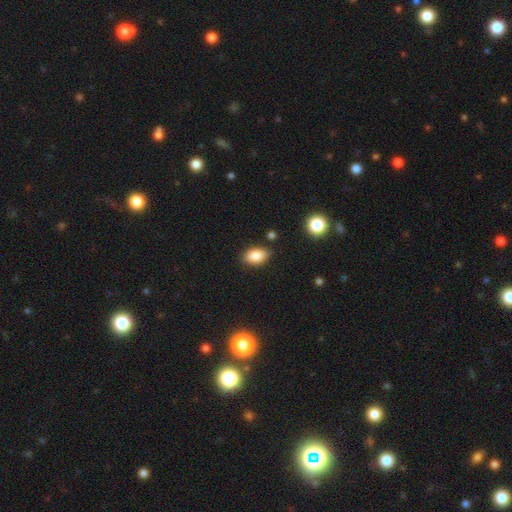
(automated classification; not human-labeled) Smooth or featured: smooth — 85% (star or artifact — 8%)
How rounded: in between — 89% (round — 8%)
Merging: none — 83% (minor disturbance — 12%)